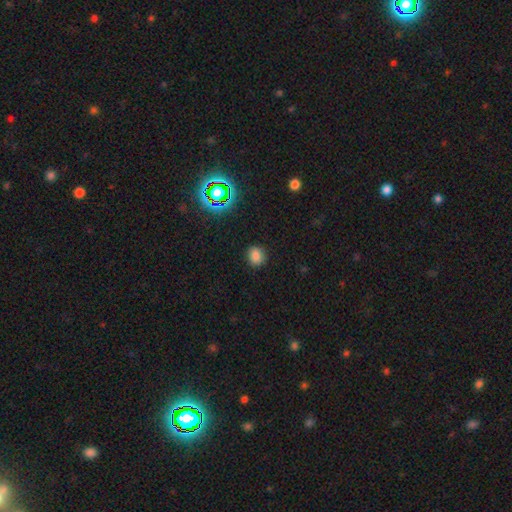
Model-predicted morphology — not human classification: smooth-or-featured: smooth: 80% | star or artifact: 16% | featured or disk: 5%
  how-rounded: round: 70% | in between: 29% | cigar-shaped: 1%
  merging: none: 87% | minor disturbance: 9% | major disturbance: 2% | merger: 1%